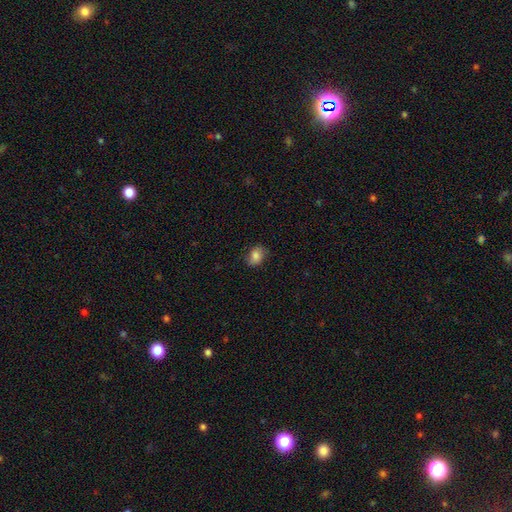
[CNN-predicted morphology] This appears to be a smooth galaxy with no disk features (79%) that is in between round and cigar-shaped (66%). Merging: none (77%).